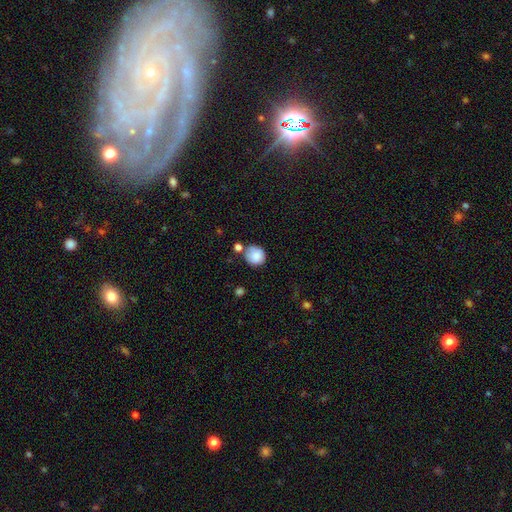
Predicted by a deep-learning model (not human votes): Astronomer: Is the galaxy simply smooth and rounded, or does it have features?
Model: smooth — 85%.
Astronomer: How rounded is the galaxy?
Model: round — 86%.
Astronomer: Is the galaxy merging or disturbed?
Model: none — 60%.